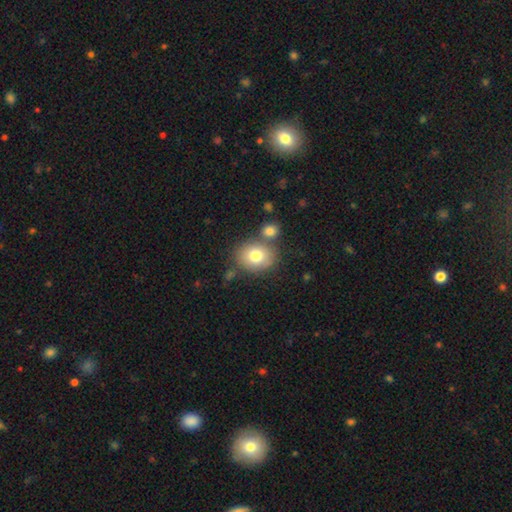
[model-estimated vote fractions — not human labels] smooth_or_featured: smooth (p=0.76) [alt: featured or disk p=0.14]
how_rounded: round (p=0.60) [alt: in between p=0.39]
merging: none (p=0.64) [alt: merger p=0.20]